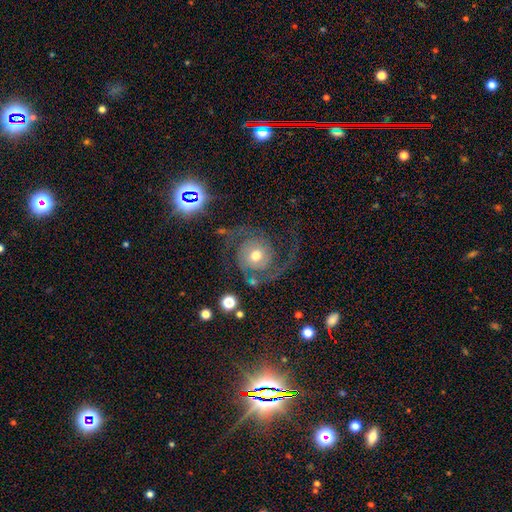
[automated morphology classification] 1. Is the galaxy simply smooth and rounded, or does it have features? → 87% featured or disk, 8% smooth, 6% star or artifact.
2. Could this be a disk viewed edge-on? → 98% no, 2% yes.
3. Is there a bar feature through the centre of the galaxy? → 73% no, 22% weak, 5% strong.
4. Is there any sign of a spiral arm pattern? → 97% yes, 3% no.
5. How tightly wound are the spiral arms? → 48% medium, 26% tight, 26% loose.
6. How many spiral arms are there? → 88% 2, 3% can't tell, 3% 3, 3% 1, 2% 4, 2% more than 4.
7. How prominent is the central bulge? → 70% moderate, 16% small, 10% large, 2% dominant, 1% none.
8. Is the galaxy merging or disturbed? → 65% none, 17% major disturbance, 15% minor disturbance, 4% merger.